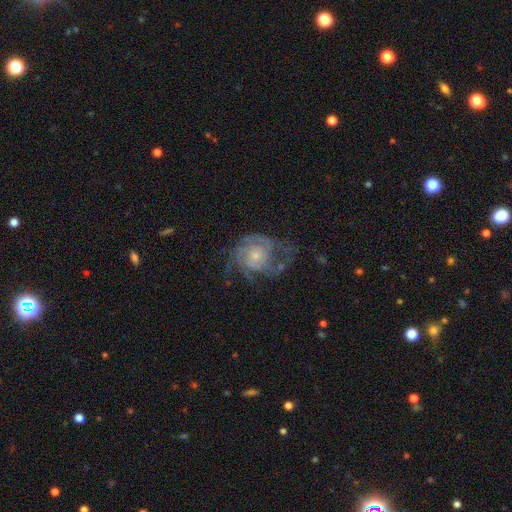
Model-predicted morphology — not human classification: type=featured or disk (82%); edge-on=no (98%); bar=no (78%); spiral arms=yes (92%); winding=tight (52%); arm count=can't tell (28%); bulge=small (65%); merging=none (51%).